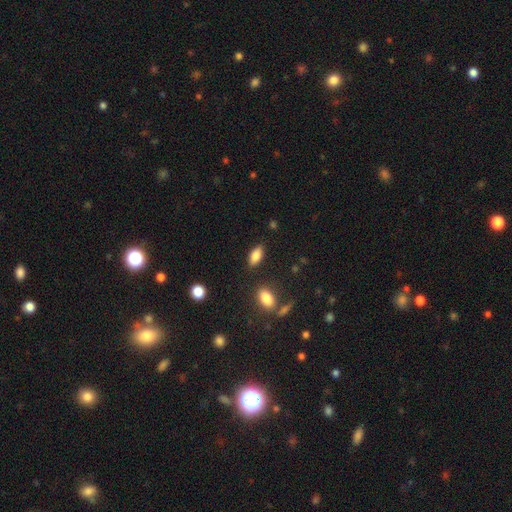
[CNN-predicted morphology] smooth-or-featured: smooth: 84% | featured or disk: 9% | star or artifact: 8%
  how-rounded: in between: 87% | cigar-shaped: 10% | round: 3%
  merging: none: 84% | minor disturbance: 10% | major disturbance: 3% | merger: 3%